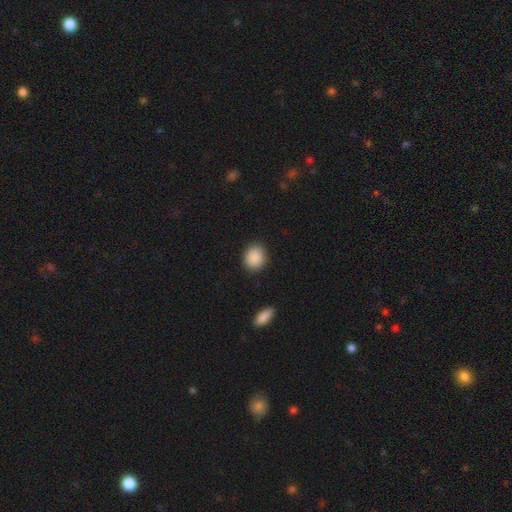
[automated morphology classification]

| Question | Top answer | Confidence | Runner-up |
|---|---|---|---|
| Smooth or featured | smooth | 90% | star or artifact (7%) |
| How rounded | round | 62% | in between (37%) |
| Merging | none | 88% | minor disturbance (8%) |